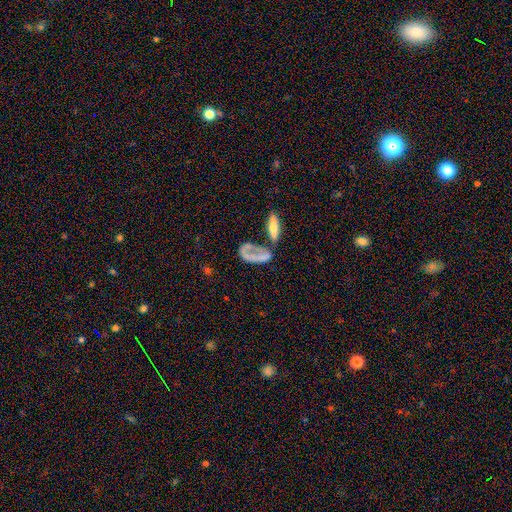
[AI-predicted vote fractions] Q: Smooth or featured?
A: smooth (46%); runner-up: featured or disk (40%)
Q: Merging?
A: merger (32%); runner-up: major disturbance (28%)